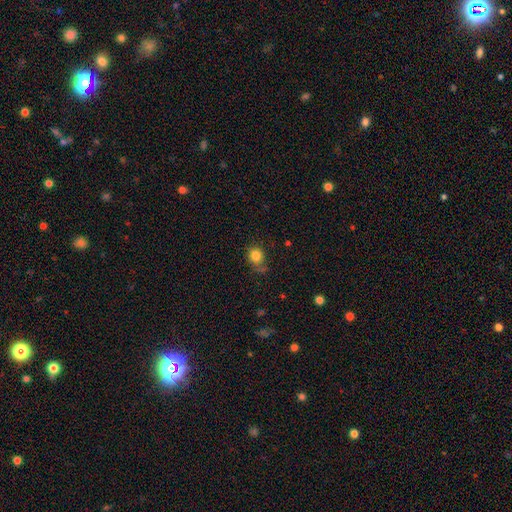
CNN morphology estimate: type=smooth (83%); roundness=round (72%); merging=none (64%).